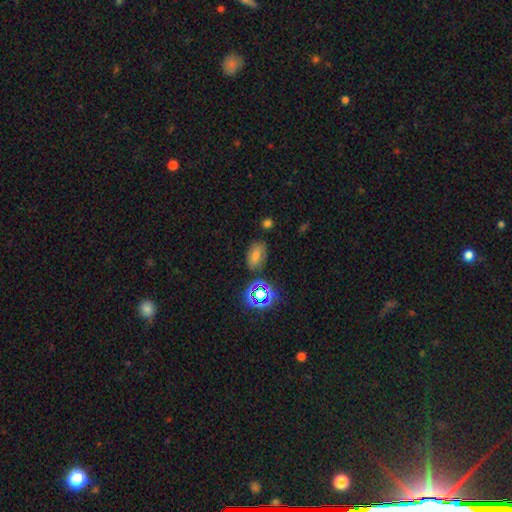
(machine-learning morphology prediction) smooth-or-featured: smooth: 48% | star or artifact: 33% | featured or disk: 19%
  merging: none: 76% | minor disturbance: 15% | merger: 5% | major disturbance: 4%